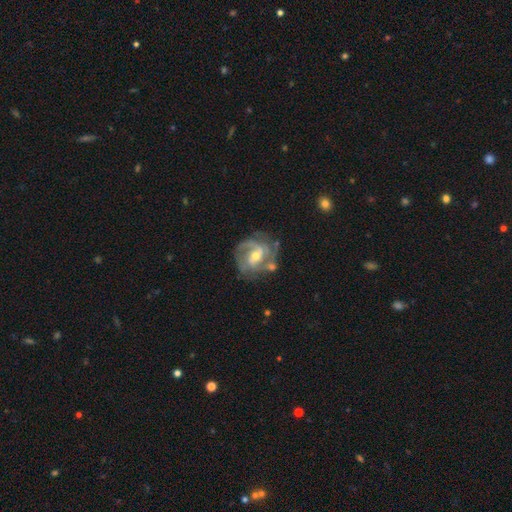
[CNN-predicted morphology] The model was most divided on "spiral winding": medium: 46%, tight: 41%, loose: 13%. Remaining: edge-on disk — no (98%); spiral arms — yes (95%); smooth or featured — featured or disk (87%); bulge size — moderate (60%); merging — none (60%); bar — weak (48%); spiral arm count — 2 (47%).